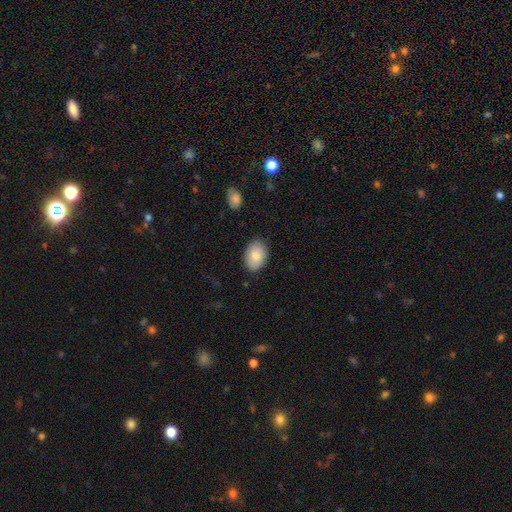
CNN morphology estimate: Smooth or featured? smooth (83%)
How rounded? in between (84%)
Merging? none (85%)